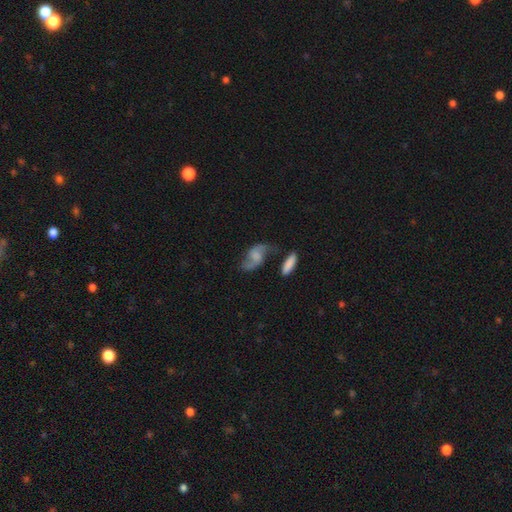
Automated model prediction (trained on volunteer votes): Smooth or featured? Predicted: featured or disk (p=0.68). Edge-on disk? Predicted: no (p=0.95). Bar? Predicted: no (p=0.56). Spiral arms? Predicted: yes (p=0.92). Spiral winding? Predicted: loose (p=0.72). Spiral arm count? Predicted: 2 (p=0.90). Bulge size? Predicted: none (p=0.45). Merging? Predicted: none (p=0.54).